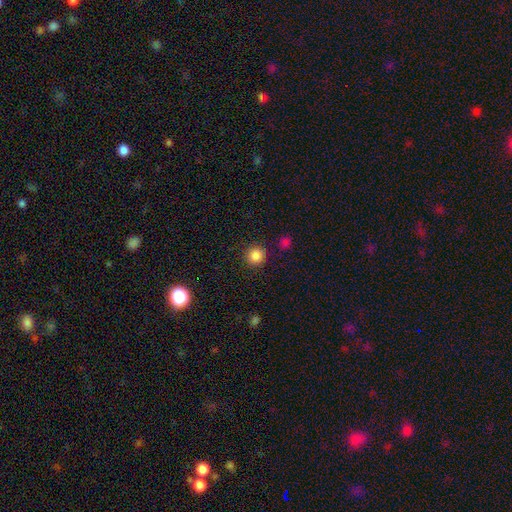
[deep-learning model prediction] Smooth or featured?
  - smooth: 85% *
  - star or artifact: 11%
  - featured or disk: 4%
How rounded?
  - round: 93% *
  - in between: 6%
  - cigar-shaped: 1%
Merging?
  - none: 89% *
  - minor disturbance: 6%
  - major disturbance: 2%
  - merger: 2%